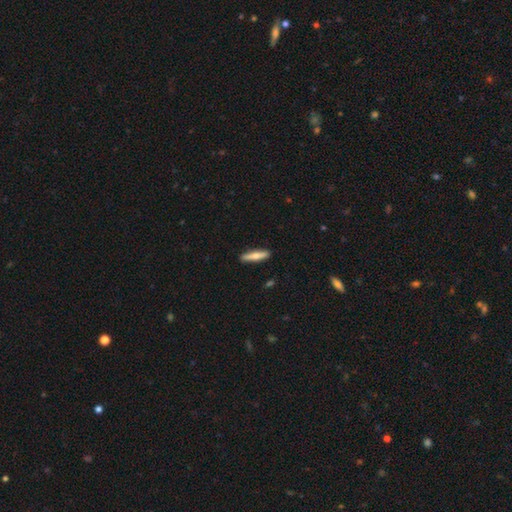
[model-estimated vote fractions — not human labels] Smooth or featured? smooth (60%)
How rounded? cigar-shaped (84%)
Merging? none (91%)